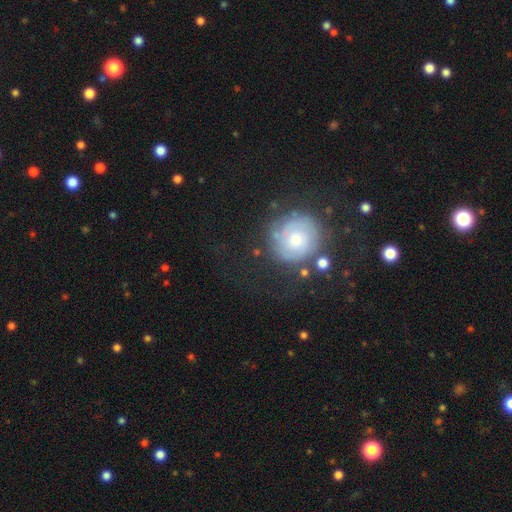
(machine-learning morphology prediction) Overall: smooth (37%; featured or disk 36%). Merging: none (73%).